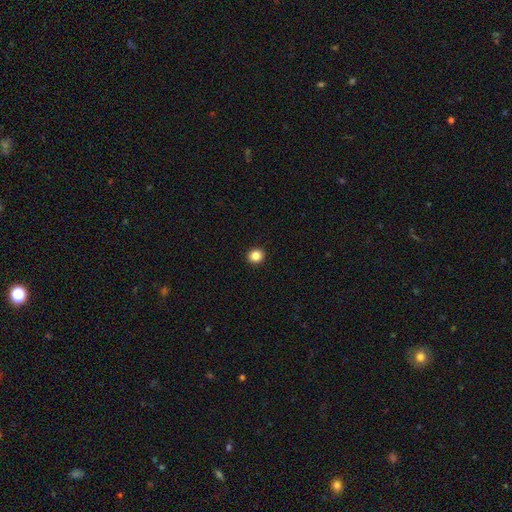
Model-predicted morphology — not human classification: This is clearly a smooth galaxy (85%). How rounded: clearly round (86%). Merging: clearly none (93%).